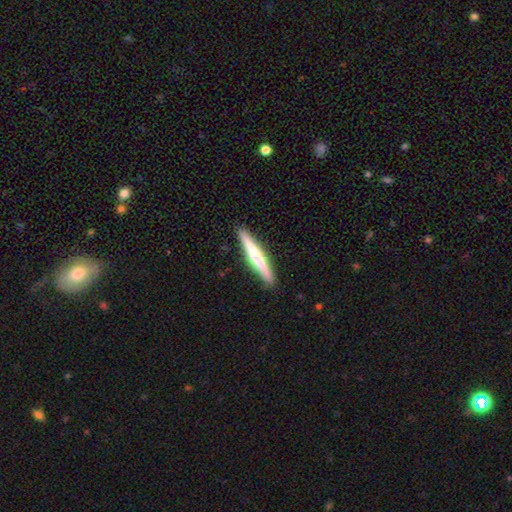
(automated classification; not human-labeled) Morphology: type=featured or disk (54%); edge-on=yes (97%); edge-on bulge=rounded (56%); merging=none (91%).